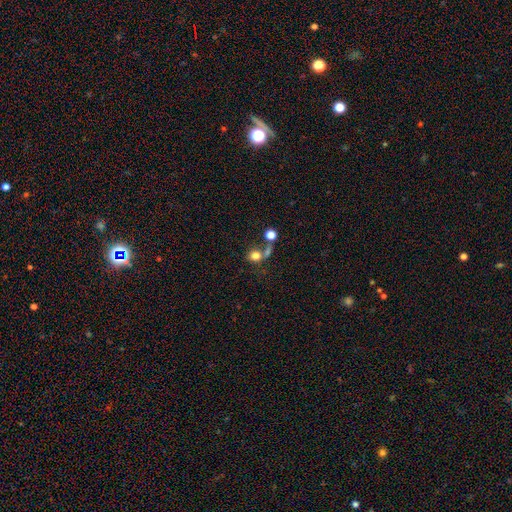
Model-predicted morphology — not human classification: Smooth or featured? Predicted: smooth (p=0.75). How rounded? Predicted: round (p=0.77). Merging? Predicted: merger (p=0.40).